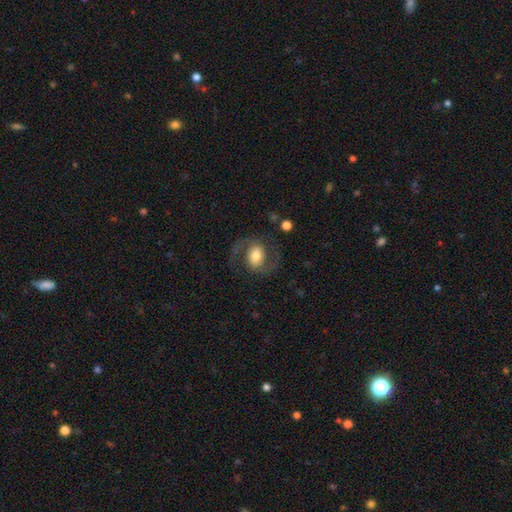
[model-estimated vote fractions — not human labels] This appears to be a featured or disk galaxy (69%) with no bar (42%), 2 (92%) medium (55%) spiral arms (90%) and a moderate central bulge (55%). Merging: none (74%).